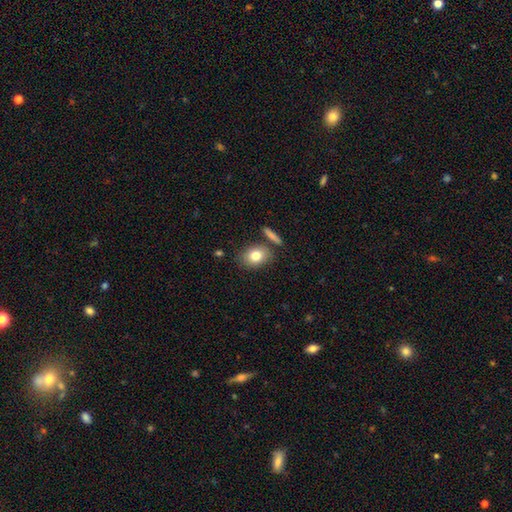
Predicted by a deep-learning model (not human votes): smooth 80%, featured or disk 12%, star or artifact 8%. Down the decision tree: how rounded — in between (64%); merging — none (74%).